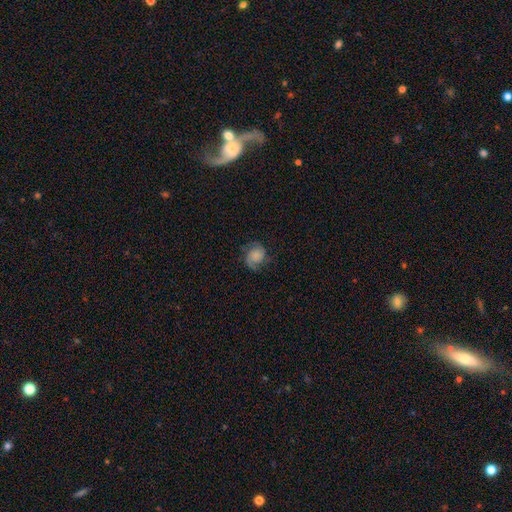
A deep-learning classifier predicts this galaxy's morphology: Smooth or featured?
  - featured or disk: 53% *
  - smooth: 37%
  - star or artifact: 10%
Edge-on disk?
  - no: 98% *
  - yes: 2%
Bar?
  - no: 74% *
  - weak: 22%
  - strong: 4%
Spiral arms?
  - yes: 92% *
  - no: 8%
Bulge size?
  - none: 47% *
  - small: 17%
  - large: 16%
  - moderate: 12%
  - dominant: 7%
Merging?
  - none: 71% *
  - minor disturbance: 19%
  - major disturbance: 9%
  - merger: 1%